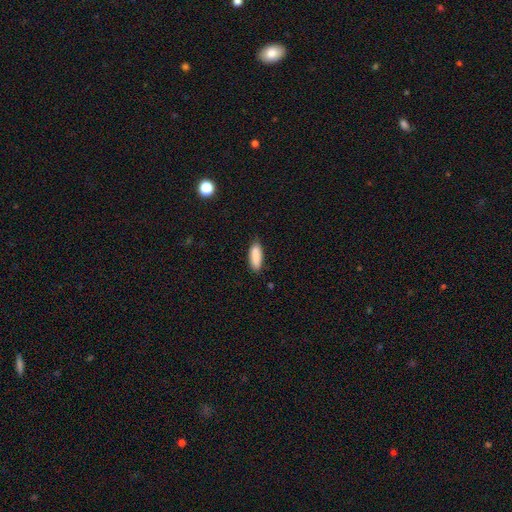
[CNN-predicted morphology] smooth-or-featured: smooth: 89% | star or artifact: 6% | featured or disk: 5%
  how-rounded: in between: 65% | cigar-shaped: 33% | round: 2%
  merging: none: 80% | minor disturbance: 16% | major disturbance: 2% | merger: 1%